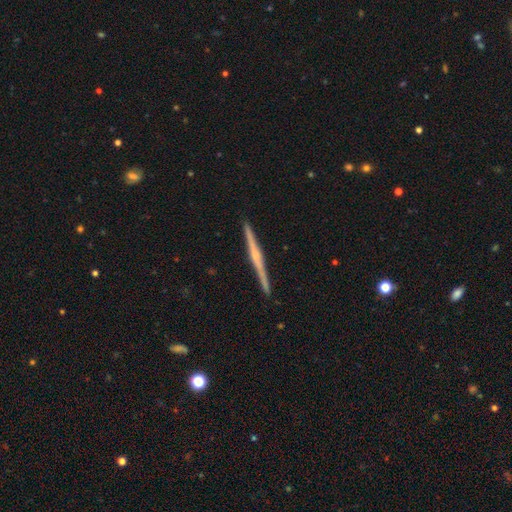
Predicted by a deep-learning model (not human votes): Q: Smooth or featured?
A: featured or disk (80%); runner-up: smooth (15%)
Q: Edge-on disk?
A: yes (99%); runner-up: no (1%)
Q: Edge-on bulge?
A: rounded (63%); runner-up: none (25%)
Q: Merging?
A: none (93%); runner-up: minor disturbance (5%)